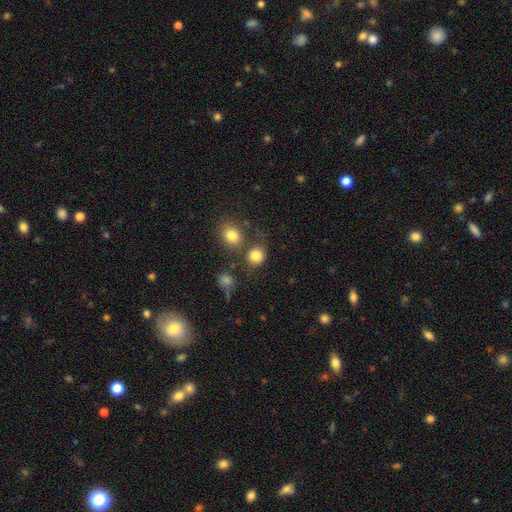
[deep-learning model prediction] Smooth or featured? smooth (82%)
How rounded? round (78%)
Merging? none (64%)